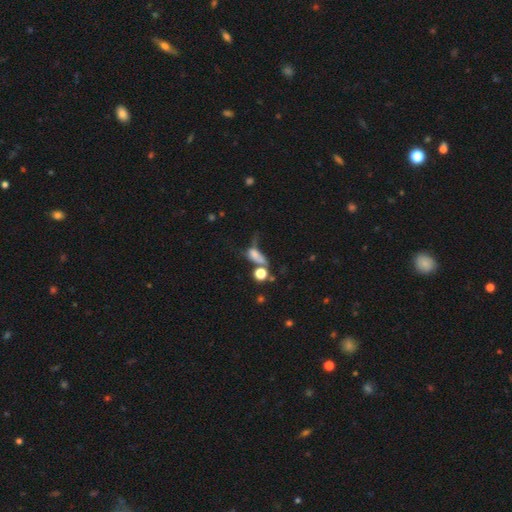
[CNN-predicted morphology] The model was most divided on "merging": major disturbance: 36%, merger: 30%, none: 20%, minor disturbance: 14%. More confident: how rounded — in between (62%); smooth or featured — smooth (57%).